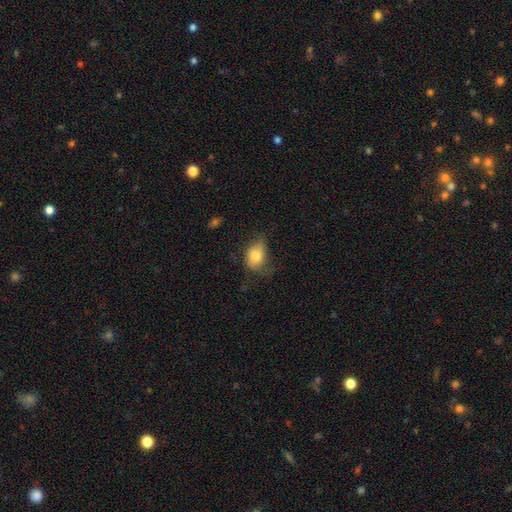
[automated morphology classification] A smooth galaxy with no disk features (74%) that is in between round and cigar-shaped (75%). Merging: none (39%).